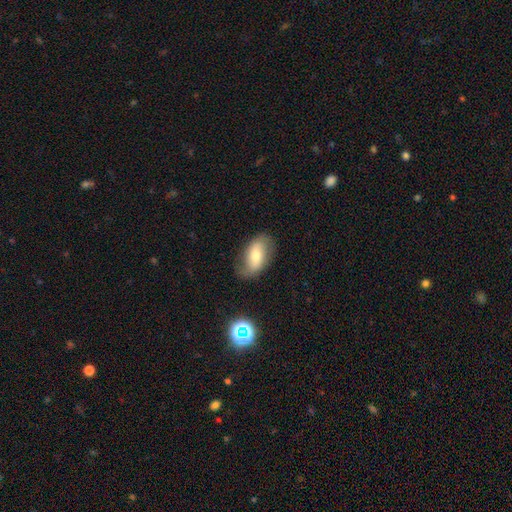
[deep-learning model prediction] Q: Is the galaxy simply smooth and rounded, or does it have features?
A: smooth — 57%.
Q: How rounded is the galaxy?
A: in between — 91%.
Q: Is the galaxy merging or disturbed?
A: none — 71%.